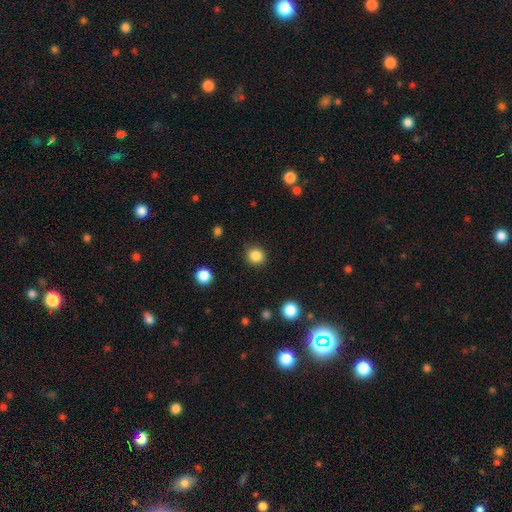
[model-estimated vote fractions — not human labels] This appears to be a smooth galaxy with no disk features (85%) that is round (89%). Merging: none (88%).